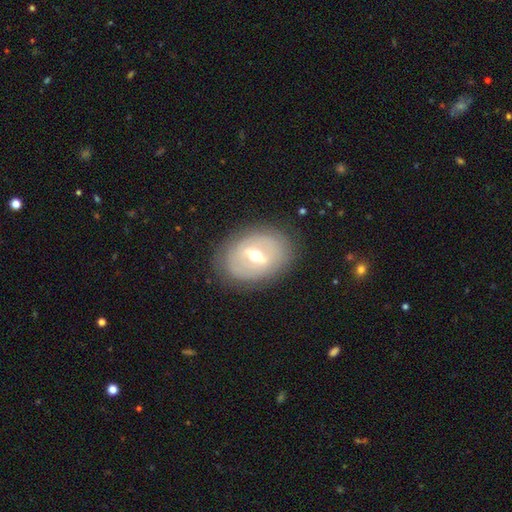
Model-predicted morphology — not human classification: Smooth or featured: featured or disk — 71% (smooth — 22%)
Edge-on disk: no — 90% (yes — 10%)
Bar: strong — 51% (weak — 39%)
Spiral arms: no — 65% (yes — 35%)
Bulge size: moderate — 71% (small — 19%)
Merging: none — 79% (minor disturbance — 13%)